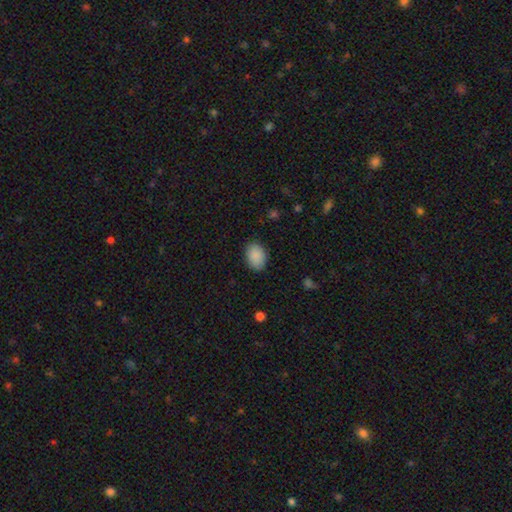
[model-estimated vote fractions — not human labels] Smooth or featured? Predicted: smooth (p=0.89). How rounded? Predicted: in between (p=0.80). Merging? Predicted: none (p=0.85).